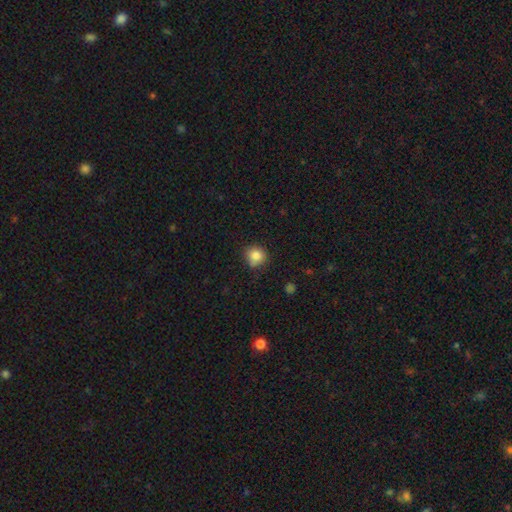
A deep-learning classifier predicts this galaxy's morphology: The model was most divided on "merging": none: 76%, minor disturbance: 18%, major disturbance: 3%, merger: 3%. More confident: how rounded — round (86%); smooth or featured — smooth (83%).